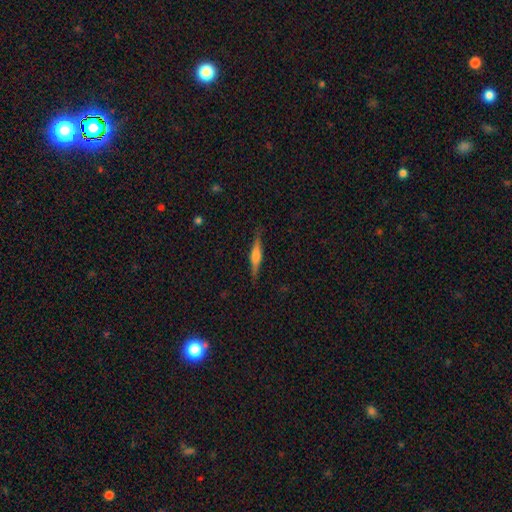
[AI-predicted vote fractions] The model was most divided on "smooth or featured": featured or disk: 62%, smooth: 31%, star or artifact: 7%. More confident: edge-on disk — yes (97%); merging — none (88%); edge-on bulge — rounded (70%).